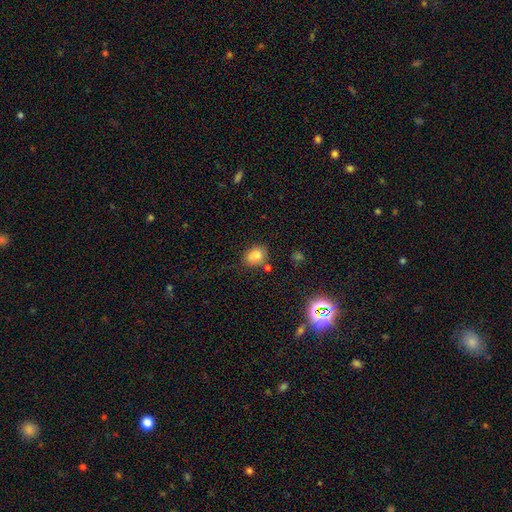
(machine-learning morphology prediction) smooth-or-featured: smooth: 81% | star or artifact: 12% | featured or disk: 7%
  how-rounded: in between: 64% | round: 35% | cigar-shaped: 1%
  merging: none: 65% | minor disturbance: 21% | merger: 8% | major disturbance: 6%